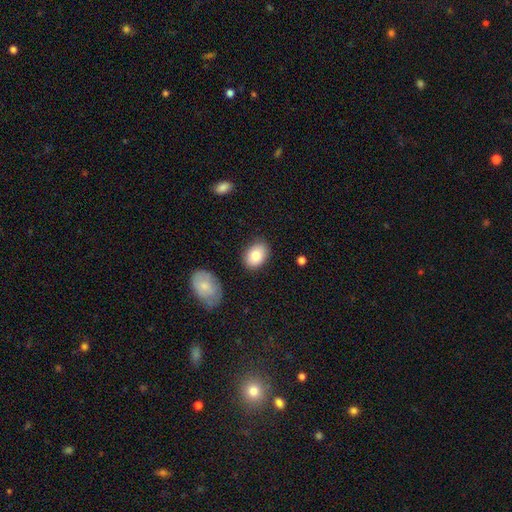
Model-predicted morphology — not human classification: The model was most divided on "how rounded": in between: 78%, round: 20%, cigar-shaped: 1%. More confident: merging — none (83%); smooth or featured — smooth (82%).